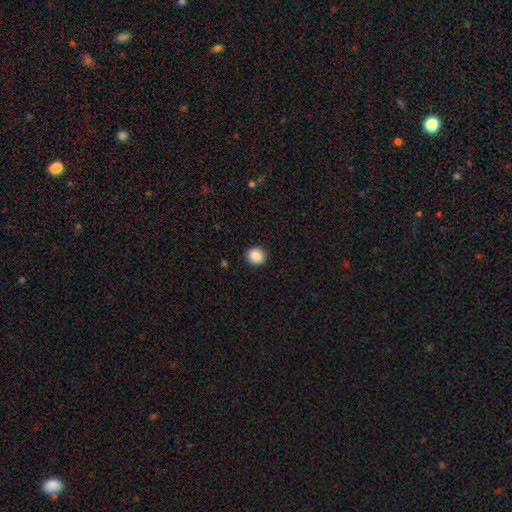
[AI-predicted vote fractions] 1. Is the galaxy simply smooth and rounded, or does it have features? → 89% smooth, 9% star or artifact, 2% featured or disk.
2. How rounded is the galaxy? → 92% round, 7% in between, 1% cigar-shaped.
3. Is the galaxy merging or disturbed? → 92% none, 5% minor disturbance, 2% major disturbance, 1% merger.